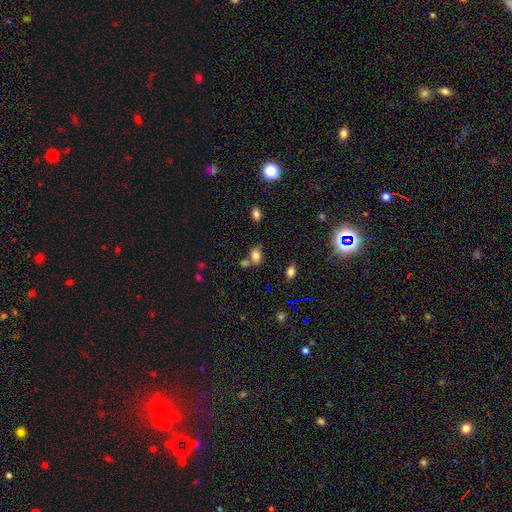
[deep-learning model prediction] This appears to be a smooth galaxy with no disk features (76%) that is in between round and cigar-shaped (73%). Merging: none (54%).